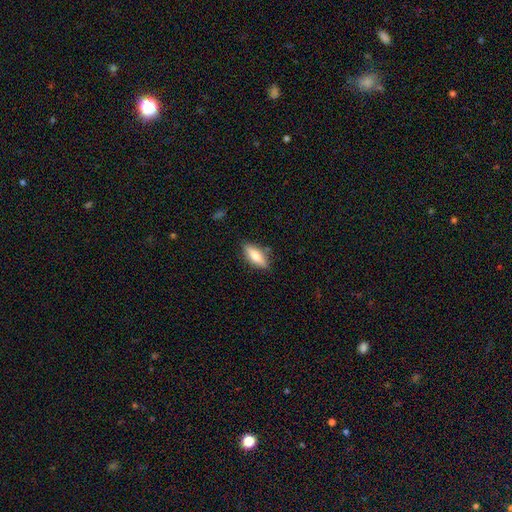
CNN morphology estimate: smooth 60%, featured or disk 33%, star or artifact 7%. Down the decision tree: how rounded — in between (59%); merging — none (82%).